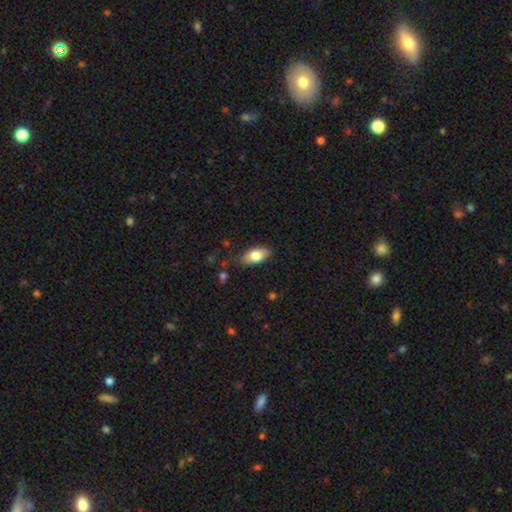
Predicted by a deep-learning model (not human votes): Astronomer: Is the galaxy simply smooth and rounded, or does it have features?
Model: smooth — 78%.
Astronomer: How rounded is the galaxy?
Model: in between — 90%.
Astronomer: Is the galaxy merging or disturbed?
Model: none — 79%.